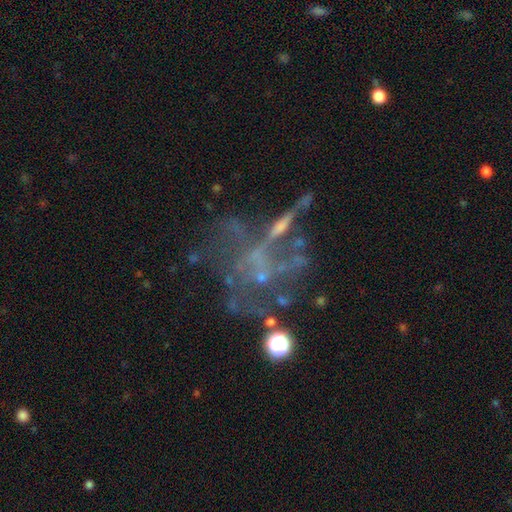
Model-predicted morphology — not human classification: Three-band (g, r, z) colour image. It shows a featured or disk galaxy (54%). Merging: none (35%).